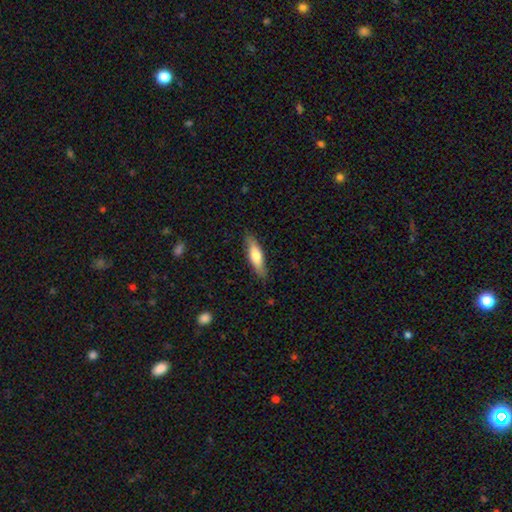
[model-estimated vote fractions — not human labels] smooth-or-featured: smooth: 67% | featured or disk: 27% | star or artifact: 5%
  how-rounded: cigar-shaped: 62% | in between: 36% | round: 2%
  merging: none: 86% | minor disturbance: 11% | major disturbance: 2% | merger: 1%